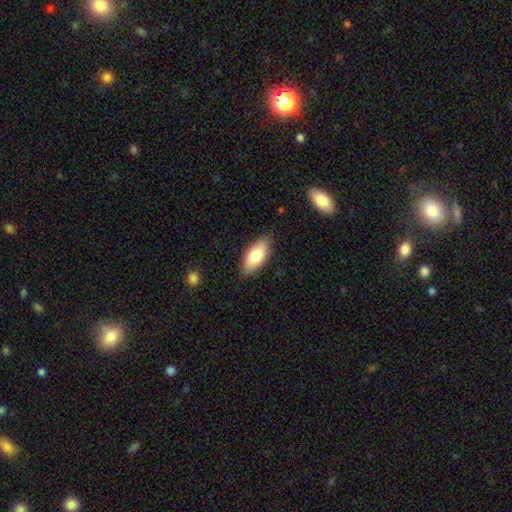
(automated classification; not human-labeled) Q: Smooth or featured?
A: smooth (80%); runner-up: featured or disk (14%)
Q: How rounded?
A: in between (87%); runner-up: cigar-shaped (11%)
Q: Merging?
A: none (85%); runner-up: minor disturbance (11%)